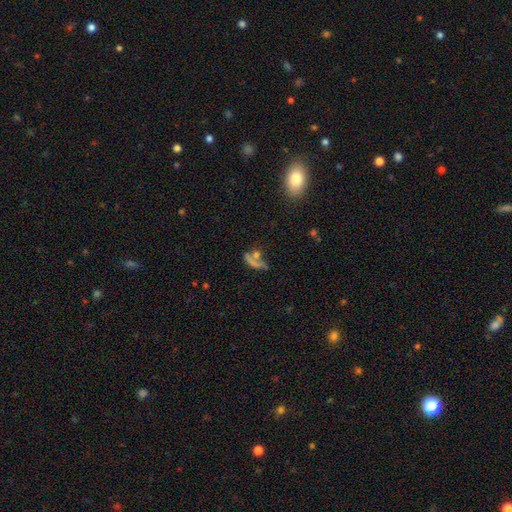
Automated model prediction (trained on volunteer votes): smooth 55%, featured or disk 25%, star or artifact 20%. Down the decision tree: how rounded — in between (46%); merging — none (35%).